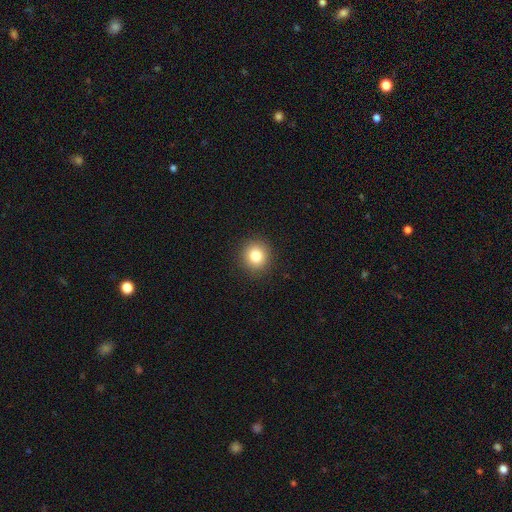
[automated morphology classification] type=smooth (82%); roundness=round (90%); merging=none (91%).